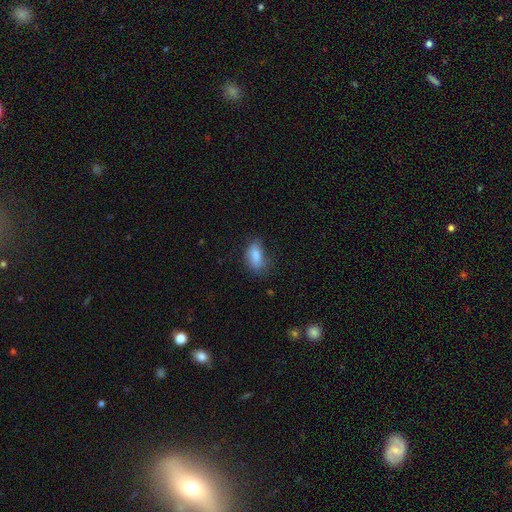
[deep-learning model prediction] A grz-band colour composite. It shows a smooth galaxy with no disk features (84%) that is in between round and cigar-shaped (90%). Merging: none (60%).